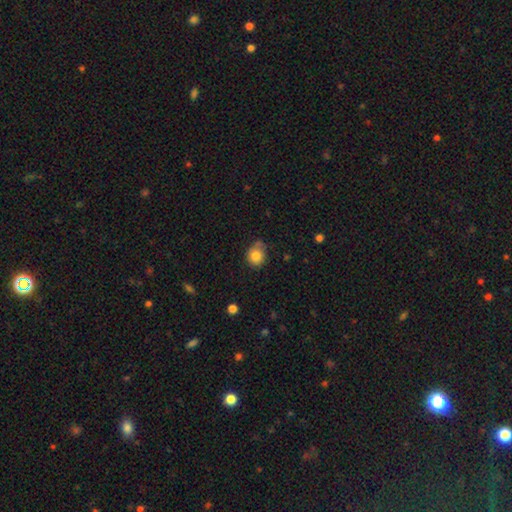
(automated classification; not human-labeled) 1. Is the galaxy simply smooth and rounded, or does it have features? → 82% smooth, 10% star or artifact, 8% featured or disk.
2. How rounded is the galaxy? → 78% round, 21% in between, 1% cigar-shaped.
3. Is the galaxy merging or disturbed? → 61% none, 25% minor disturbance, 7% merger, 6% major disturbance.